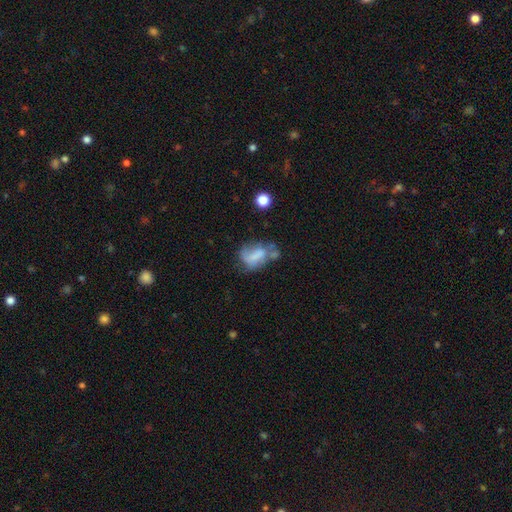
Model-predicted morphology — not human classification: Smooth or featured? Predicted: smooth (p=0.50). Merging? Predicted: none (p=0.28, tied with major disturbance).